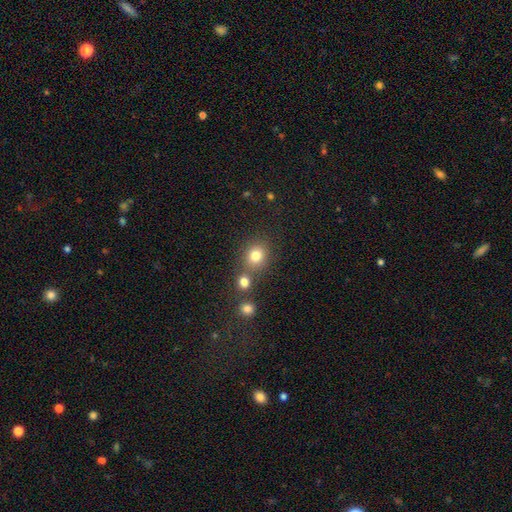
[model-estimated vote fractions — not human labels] Smooth or featured? Predicted: smooth (p=0.79). How rounded? Predicted: round (p=0.77). Merging? Predicted: none (p=0.69).